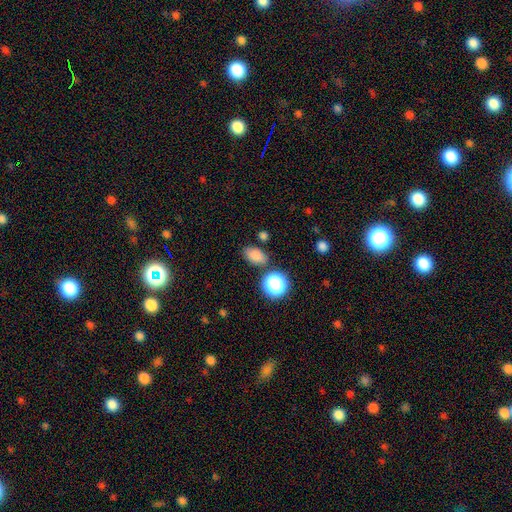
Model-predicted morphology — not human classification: Smooth or featured?
  - smooth: 81% *
  - star or artifact: 13%
  - featured or disk: 5%
How rounded?
  - in between: 82% *
  - round: 17%
  - cigar-shaped: 2%
Merging?
  - none: 79% *
  - minor disturbance: 12%
  - merger: 6%
  - major disturbance: 3%